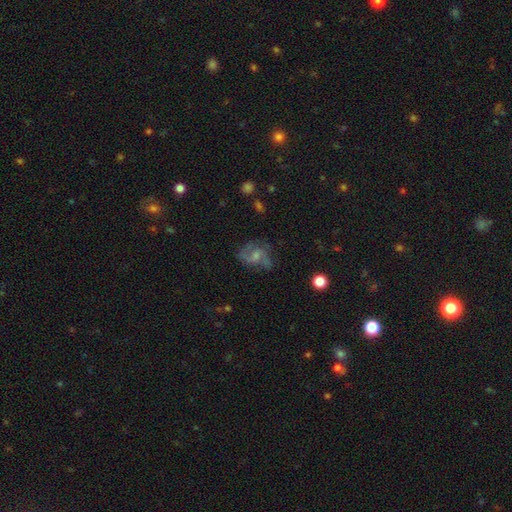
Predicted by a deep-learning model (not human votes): This is likely a featured or disk galaxy (68%). It is clearly not viewed edge-on (97%). Bar: possibly no (52%). Spiral arm pattern: clearly yes (85%). Spiral arm count: likely 2 (69%). Spiral winding: marginally medium (44%, tied with loose). Central bulge: marginally small (40%). Merging: possibly none (54%).